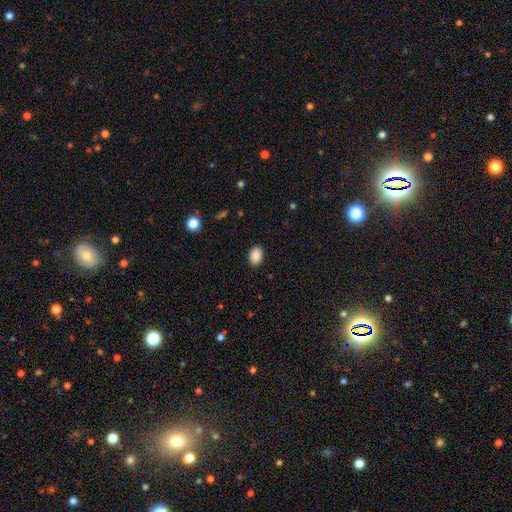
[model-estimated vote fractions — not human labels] smooth 89%, star or artifact 8%, featured or disk 3%. Down the decision tree: how rounded — in between (79%); merging — none (90%).